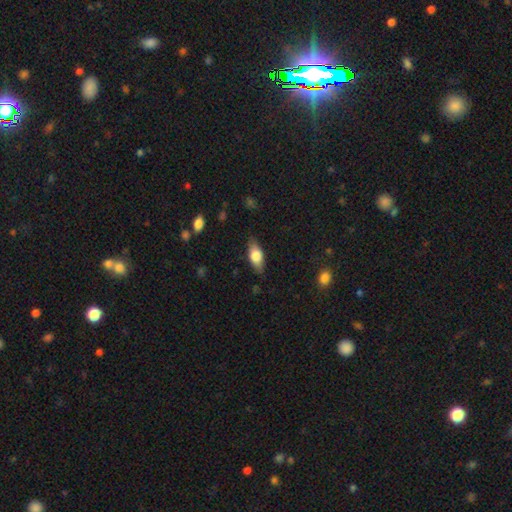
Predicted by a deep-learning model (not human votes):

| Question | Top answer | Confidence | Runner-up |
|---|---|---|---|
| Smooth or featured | smooth | 69% | featured or disk (25%) |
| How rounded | in between | 82% | cigar-shaped (14%) |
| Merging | none | 81% | minor disturbance (15%) |